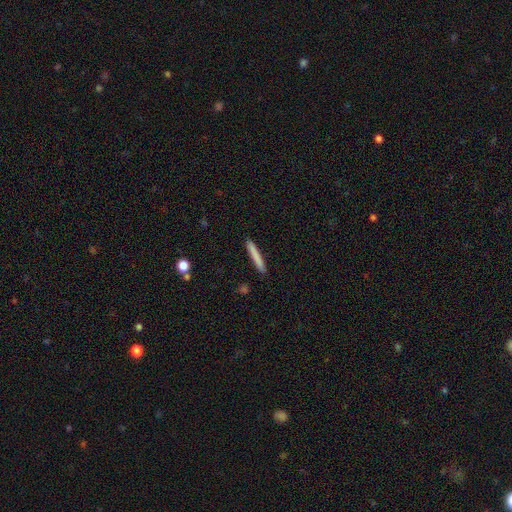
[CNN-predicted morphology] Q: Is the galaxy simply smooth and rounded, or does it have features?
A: smooth — 79%.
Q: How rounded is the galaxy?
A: cigar-shaped — 96%.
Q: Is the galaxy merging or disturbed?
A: none — 91%.